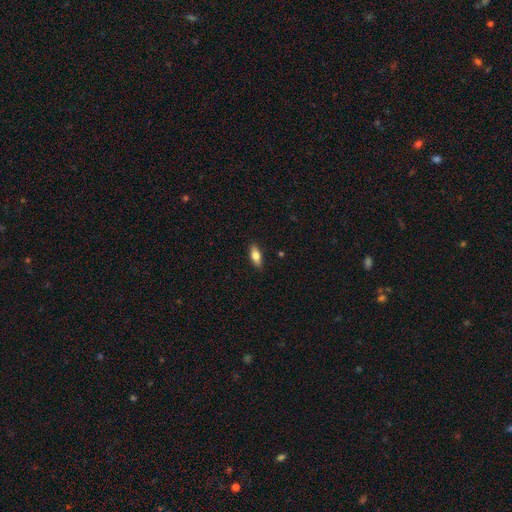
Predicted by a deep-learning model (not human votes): Smooth or featured: smooth — 75% (featured or disk — 19%)
How rounded: in between — 75% (cigar-shaped — 22%)
Merging: none — 88% (minor disturbance — 9%)